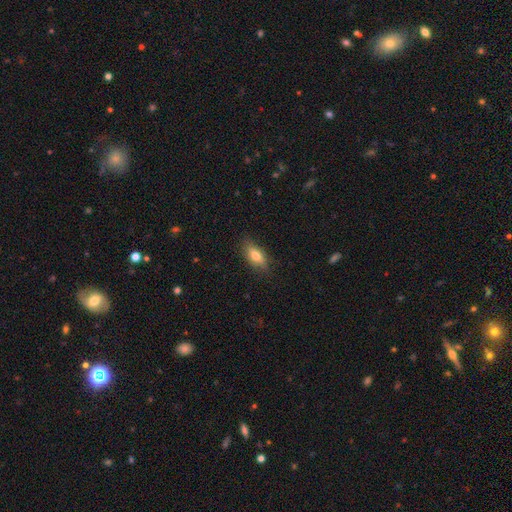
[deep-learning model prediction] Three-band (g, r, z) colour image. It shows a smooth galaxy with no disk features (70%) that is in between round and cigar-shaped (75%). Merging: none (81%).